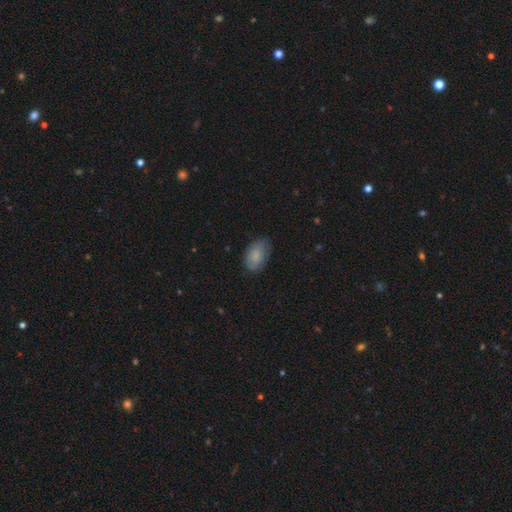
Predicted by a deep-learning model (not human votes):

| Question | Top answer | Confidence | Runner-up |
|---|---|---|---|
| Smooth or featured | smooth | 77% | featured or disk (16%) |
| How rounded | in between | 91% | round (7%) |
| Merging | none | 73% | minor disturbance (21%) |